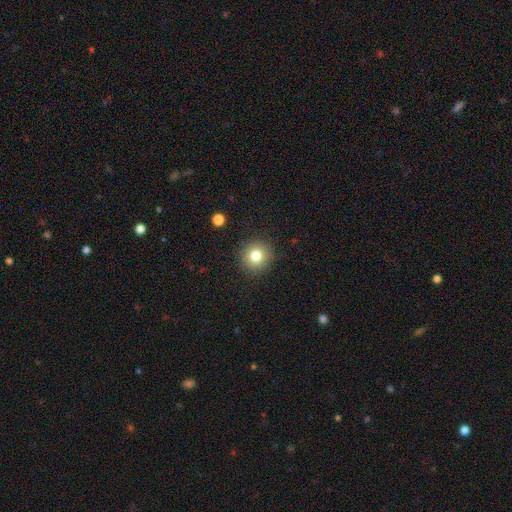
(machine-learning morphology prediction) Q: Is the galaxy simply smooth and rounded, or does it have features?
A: smooth — 79%.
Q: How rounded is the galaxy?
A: round — 93%.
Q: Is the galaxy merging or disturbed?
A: none — 90%.